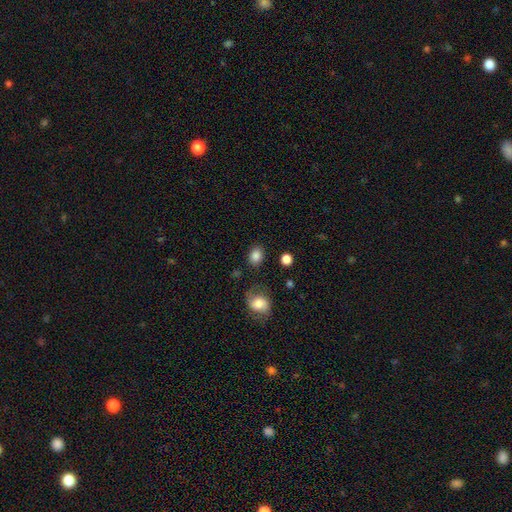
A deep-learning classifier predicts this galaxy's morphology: Q: Smooth or featured?
A: smooth (85%); runner-up: star or artifact (9%)
Q: How rounded?
A: in between (57%); runner-up: round (42%)
Q: Merging?
A: none (81%); runner-up: minor disturbance (12%)